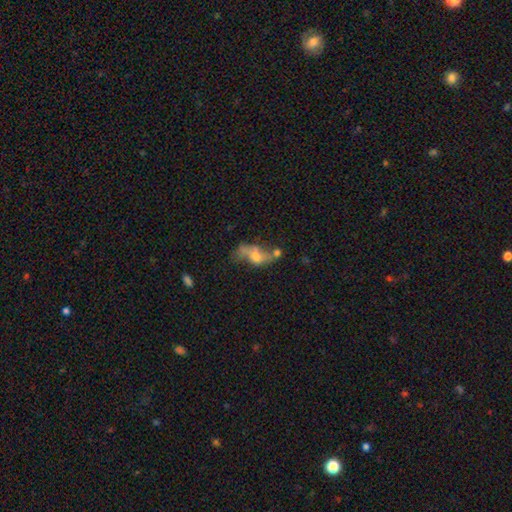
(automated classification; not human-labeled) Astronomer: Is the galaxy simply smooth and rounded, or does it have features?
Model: featured or disk — 50% (runner-up: smooth, 39%).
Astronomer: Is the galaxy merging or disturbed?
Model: none — 30% (runner-up: merger, 27%).